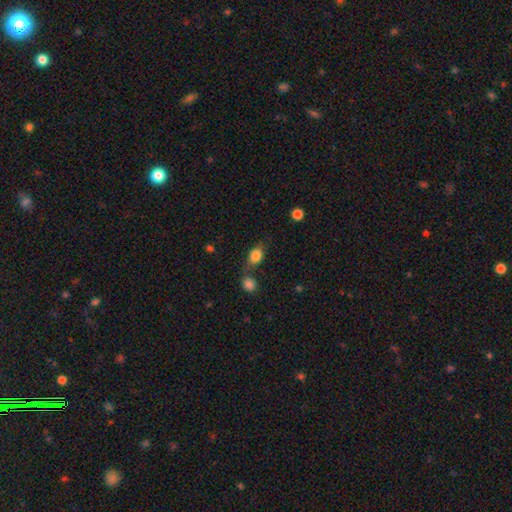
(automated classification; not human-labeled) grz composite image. It shows a smooth galaxy with no disk features (80%) that is in between round and cigar-shaped (70%). Merging: none (54%).